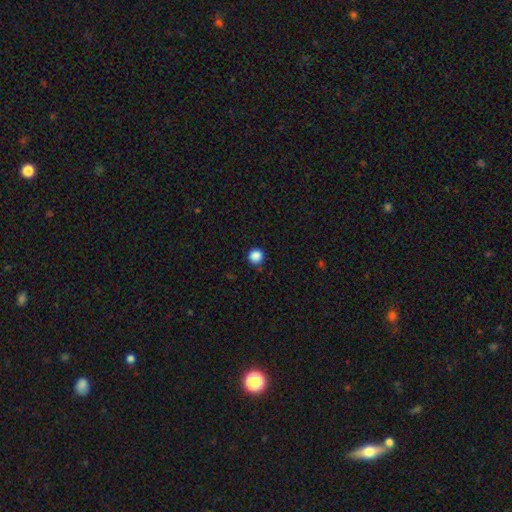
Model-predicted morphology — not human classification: Smooth or featured? Predicted: smooth (p=0.87). How rounded? Predicted: round (p=0.95). Merging? Predicted: none (p=0.90).